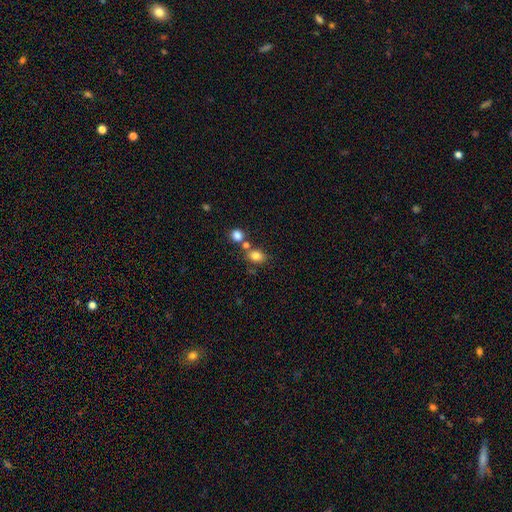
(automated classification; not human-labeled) A smooth galaxy with no disk features (81%) that is in between round and cigar-shaped (69%). Merging: none (59%).